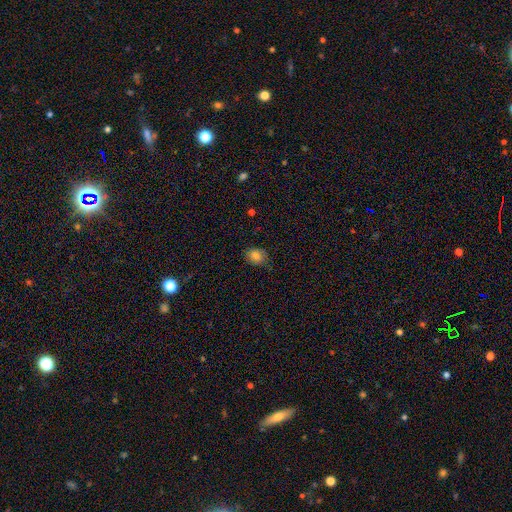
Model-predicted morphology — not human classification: Smooth or featured? Predicted: smooth (p=0.81). How rounded? Predicted: round (p=0.52). Merging? Predicted: none (p=0.79).